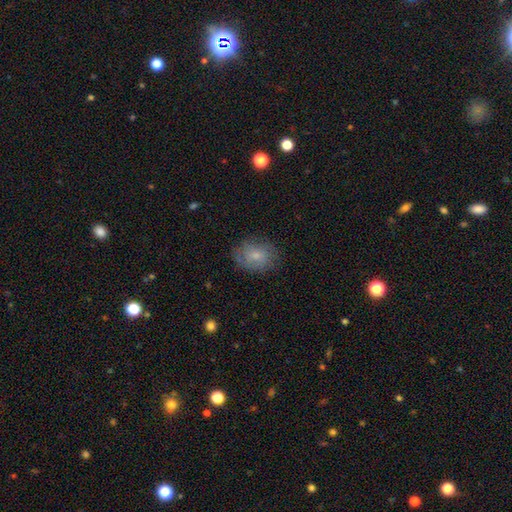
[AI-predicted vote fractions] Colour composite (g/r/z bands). It shows a smooth galaxy with no disk features (69%) that is in between round and cigar-shaped (59%). Merging: none (74%).